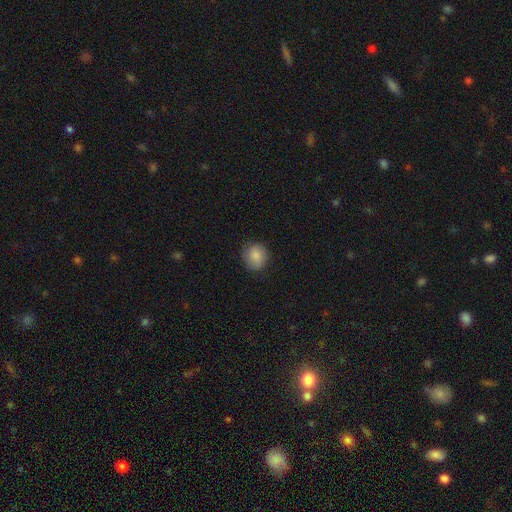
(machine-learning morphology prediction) A smooth galaxy with no disk features (85%) that is round (83%). Merging: none (80%).